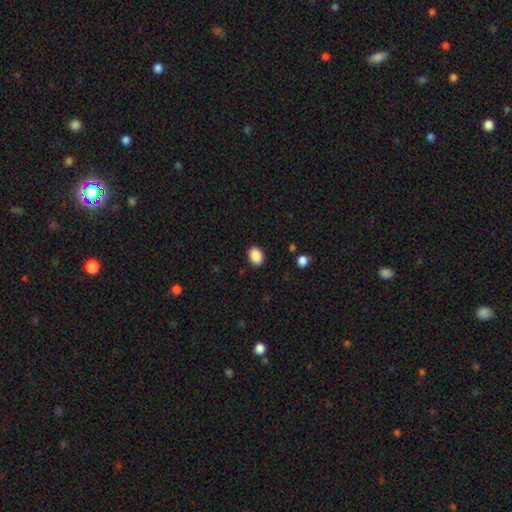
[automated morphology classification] This appears to be a smooth galaxy with no disk features (89%) that is in between round and cigar-shaped (67%). Merging: none (88%).